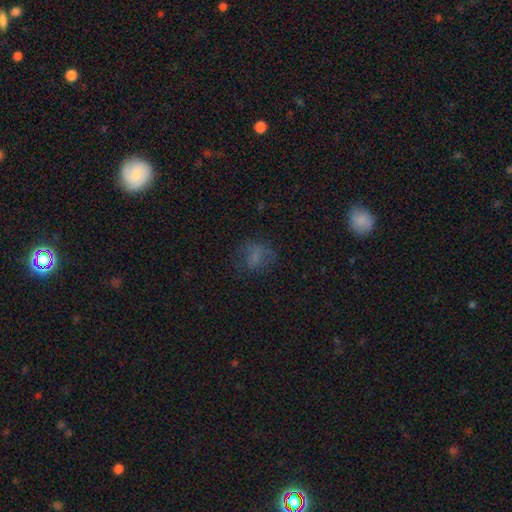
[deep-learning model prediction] This appears to be a smooth galaxy with no disk features (59%) that is round (51%). Merging: none (57%).